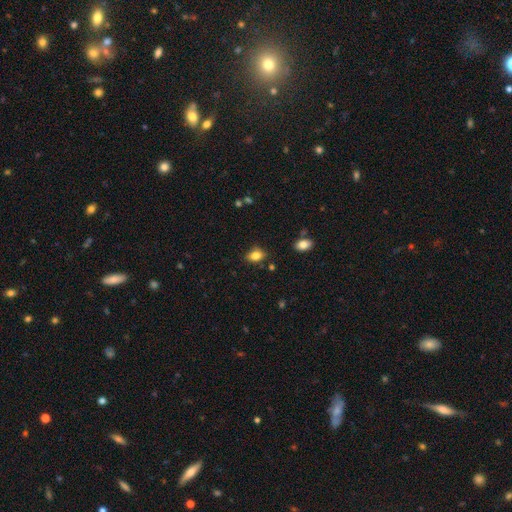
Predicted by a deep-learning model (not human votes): Q: Smooth or featured?
A: smooth (81%); runner-up: star or artifact (9%)
Q: How rounded?
A: in between (80%); runner-up: round (17%)
Q: Merging?
A: none (77%); runner-up: minor disturbance (17%)